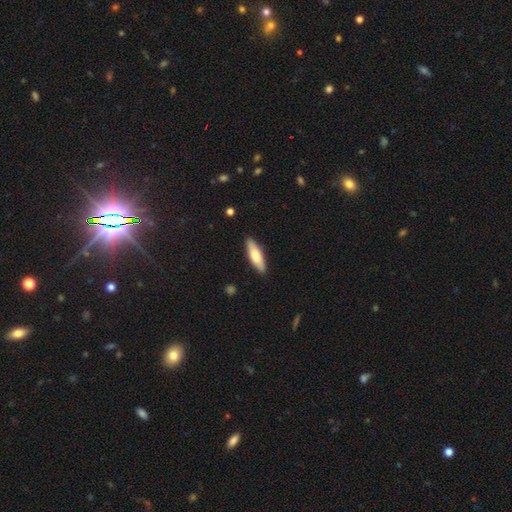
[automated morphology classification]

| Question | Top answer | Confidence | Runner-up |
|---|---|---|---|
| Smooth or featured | smooth | 68% | featured or disk (26%) |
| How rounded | cigar-shaped | 53% | in between (45%) |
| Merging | none | 88% | minor disturbance (9%) |